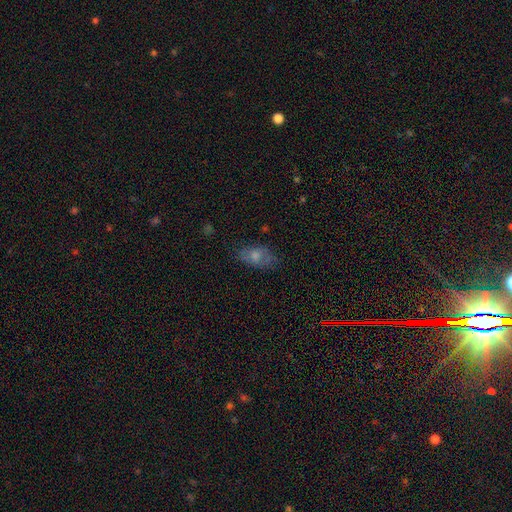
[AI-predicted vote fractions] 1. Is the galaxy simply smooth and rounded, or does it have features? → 67% smooth, 24% featured or disk, 10% star or artifact.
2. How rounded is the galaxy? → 88% in between, 8% round, 4% cigar-shaped.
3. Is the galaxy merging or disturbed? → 70% none, 22% minor disturbance, 7% major disturbance, 2% merger.